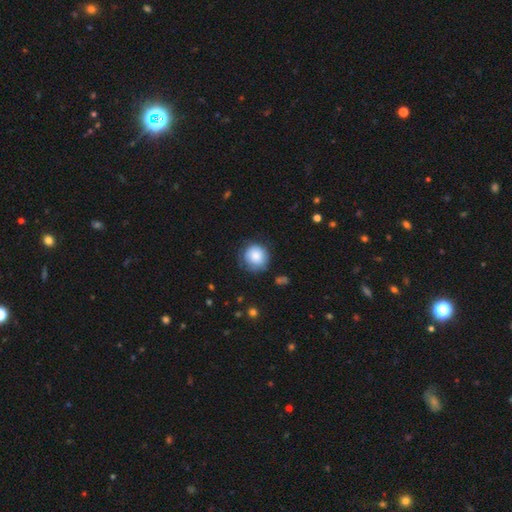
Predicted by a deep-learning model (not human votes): The model was most divided on "merging": none: 73%, minor disturbance: 19%, major disturbance: 6%, merger: 2%. More confident: how rounded — round (92%); smooth or featured — smooth (82%).